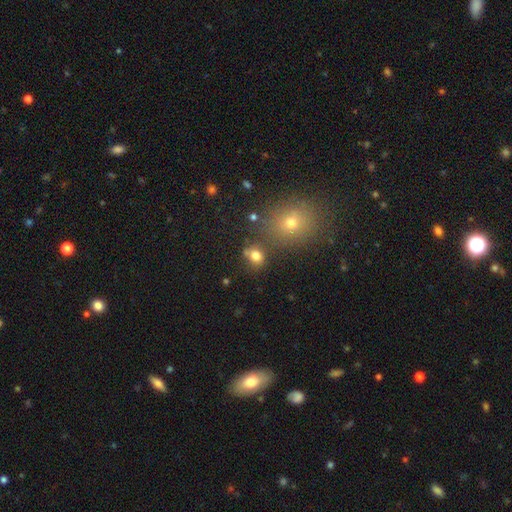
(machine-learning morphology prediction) smooth 76%, star or artifact 16%, featured or disk 8%. Down the decision tree: how rounded — round (59%); merging — none (65%).